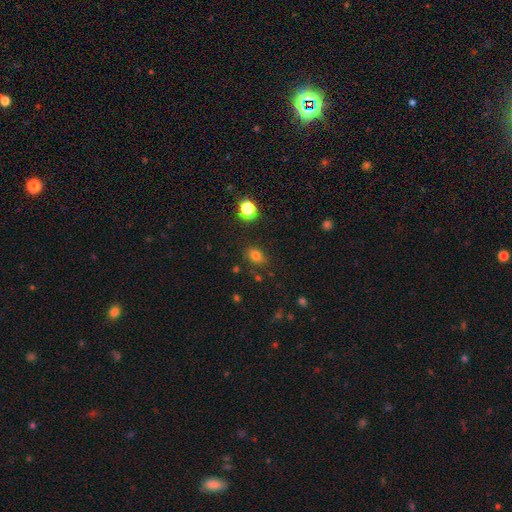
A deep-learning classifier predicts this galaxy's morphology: smooth-or-featured: smooth: 76% | star or artifact: 17% | featured or disk: 8%
  how-rounded: in between: 62% | round: 36% | cigar-shaped: 1%
  merging: none: 80% | minor disturbance: 13% | major disturbance: 4% | merger: 3%